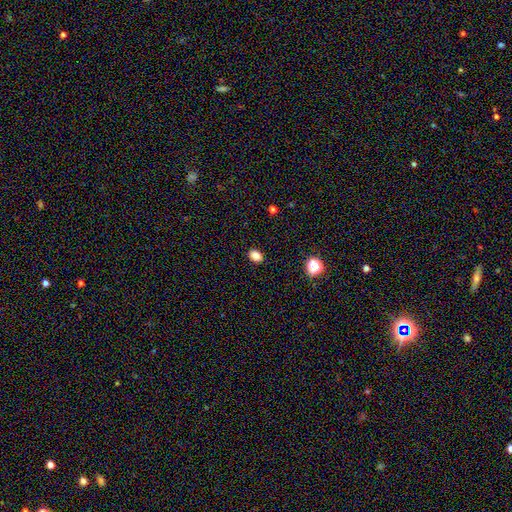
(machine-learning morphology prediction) smooth-or-featured: smooth: 85% | star or artifact: 12% | featured or disk: 3%
  how-rounded: in between: 73% | round: 26% | cigar-shaped: 1%
  merging: none: 89% | minor disturbance: 8% | major disturbance: 2% | merger: 1%